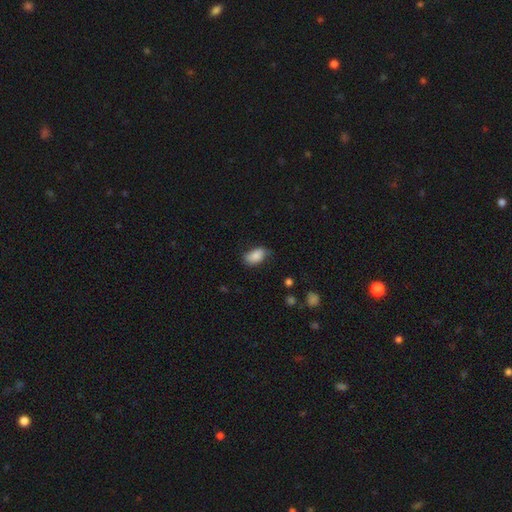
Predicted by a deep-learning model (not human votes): This appears to be a smooth galaxy with no disk features (85%) that is in between round and cigar-shaped (93%). Merging: none (70%).